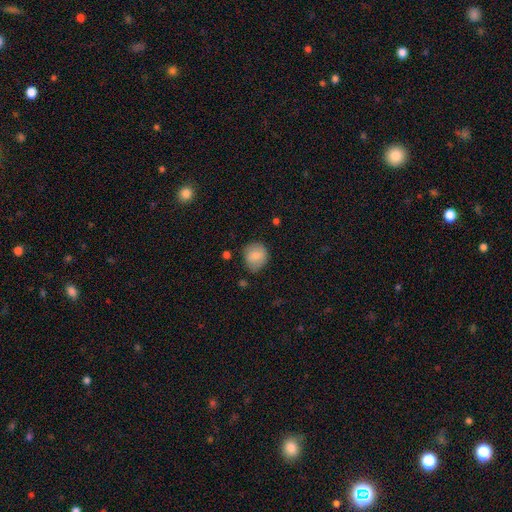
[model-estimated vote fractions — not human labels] Overall: smooth (81%). How rounded: round (77%). Merging: none (71%).